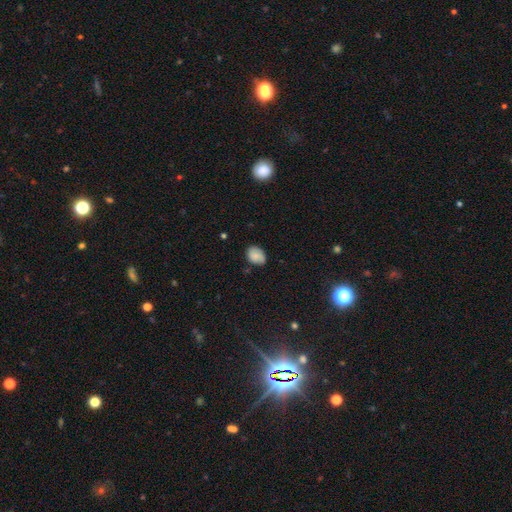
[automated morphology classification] Smooth or featured: smooth — 80% (featured or disk — 11%)
How rounded: in between — 68% (round — 31%)
Merging: none — 68% (minor disturbance — 26%)